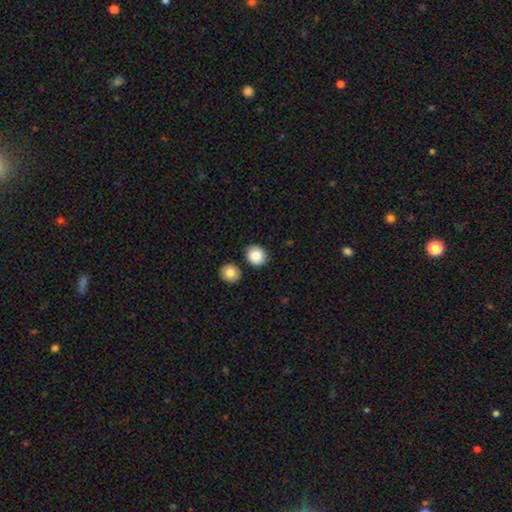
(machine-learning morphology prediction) Q: Smooth or featured?
A: smooth (88%); runner-up: star or artifact (7%)
Q: How rounded?
A: round (77%); runner-up: in between (22%)
Q: Merging?
A: none (83%); runner-up: minor disturbance (10%)